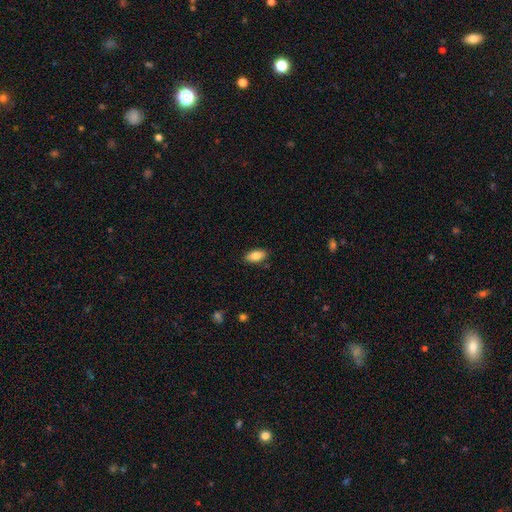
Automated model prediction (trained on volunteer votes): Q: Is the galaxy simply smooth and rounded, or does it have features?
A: smooth — 82%.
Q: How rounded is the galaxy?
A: in between — 89%.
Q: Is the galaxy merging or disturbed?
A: none — 86%.